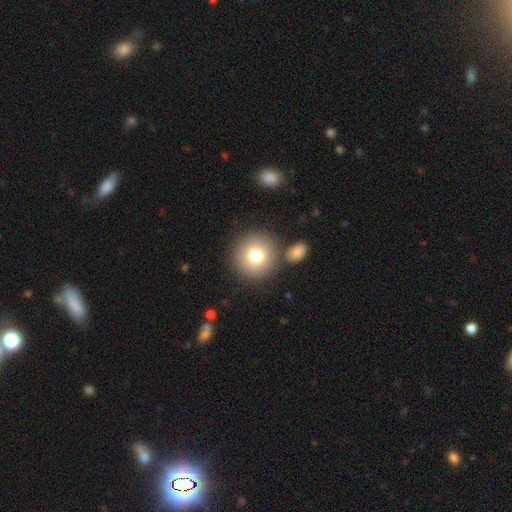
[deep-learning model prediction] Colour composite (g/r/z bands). It shows a smooth galaxy with no disk features (77%) that is round (94%). Merging: none (80%).